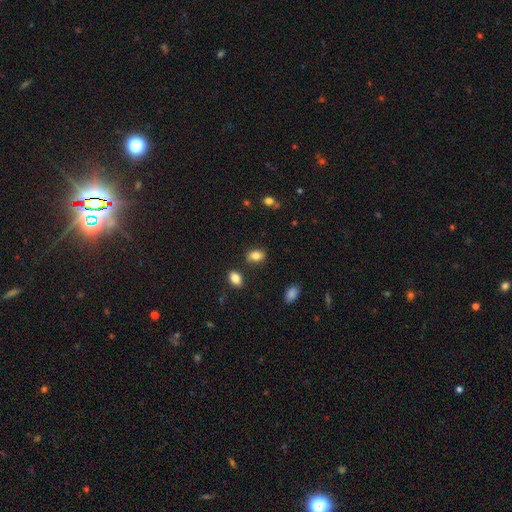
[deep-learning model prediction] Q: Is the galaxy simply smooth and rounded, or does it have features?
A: smooth — 81%.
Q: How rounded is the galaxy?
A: in between — 85%.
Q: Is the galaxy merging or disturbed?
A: none — 77%.